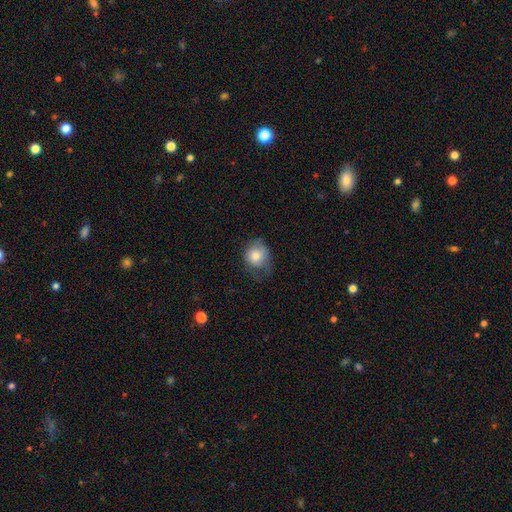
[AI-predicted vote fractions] Morphology: type=smooth (78%); roundness=round (68%); merging=none (42%).